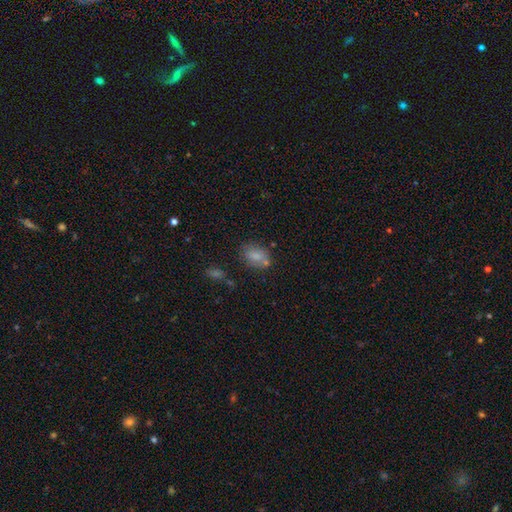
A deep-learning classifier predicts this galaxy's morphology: Smooth or featured: smooth — 77% (featured or disk — 13%)
How rounded: in between — 78% (round — 21%)
Merging: none — 58% (minor disturbance — 20%)